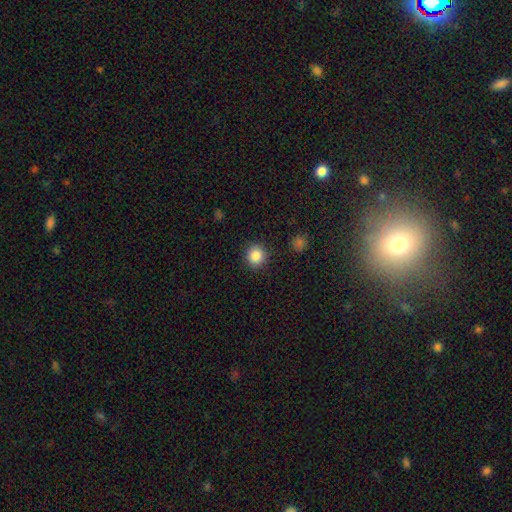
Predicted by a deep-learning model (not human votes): Morphology: type=smooth (86%); roundness=round (91%); merging=none (90%).